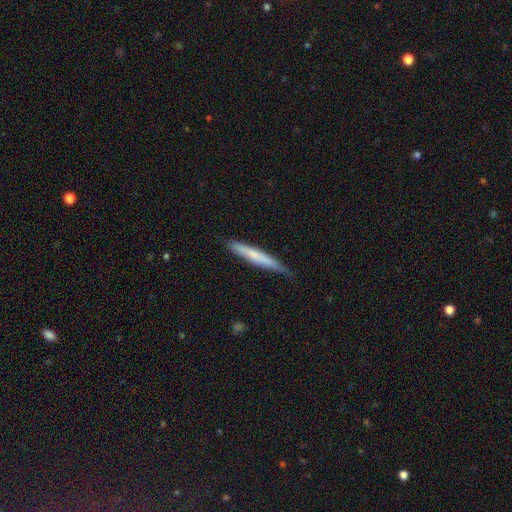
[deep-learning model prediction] Overall: smooth (63%; featured or disk 31%). How rounded: cigar-shaped (95%). Merging: none (76%).